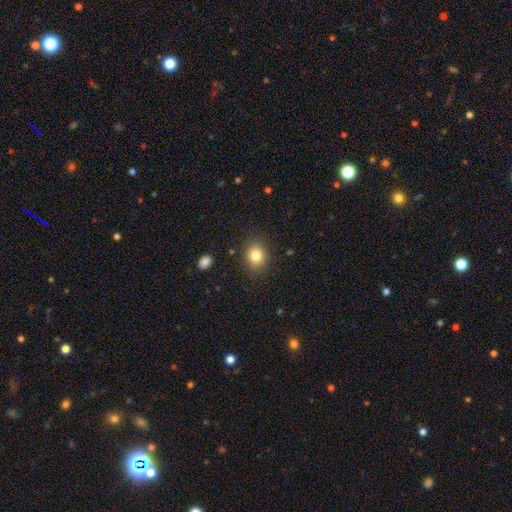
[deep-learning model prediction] smooth-or-featured: smooth: 82% | star or artifact: 10% | featured or disk: 8%
  how-rounded: round: 58% | in between: 41% | cigar-shaped: 1%
  merging: none: 86% | minor disturbance: 10% | major disturbance: 3% | merger: 1%